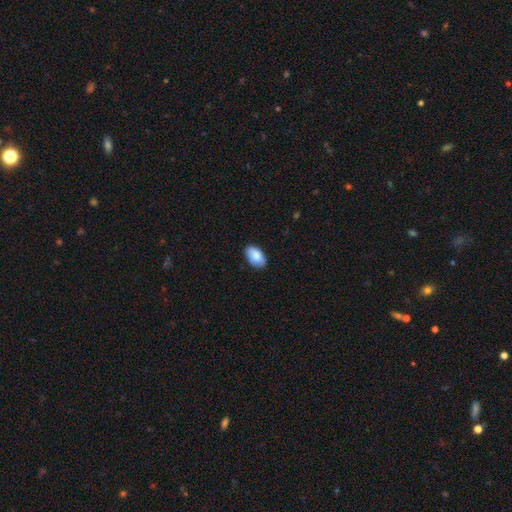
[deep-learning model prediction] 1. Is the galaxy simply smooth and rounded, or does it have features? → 86% smooth, 8% featured or disk, 6% star or artifact.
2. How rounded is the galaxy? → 93% in between, 6% round, 1% cigar-shaped.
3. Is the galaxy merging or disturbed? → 80% none, 17% minor disturbance, 3% major disturbance, 1% merger.